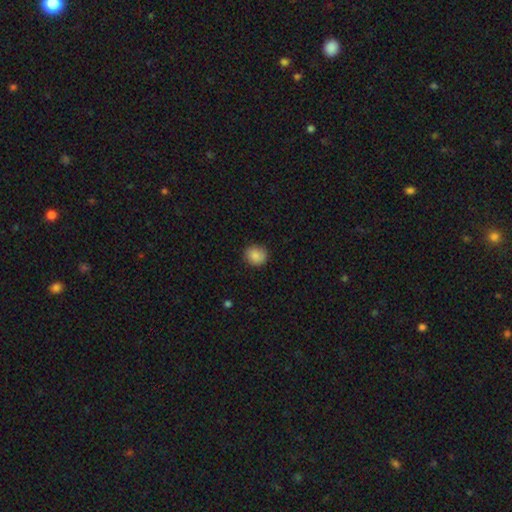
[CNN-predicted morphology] Q: Smooth or featured?
A: smooth (87%); runner-up: star or artifact (8%)
Q: How rounded?
A: round (83%); runner-up: in between (16%)
Q: Merging?
A: none (87%); runner-up: minor disturbance (10%)